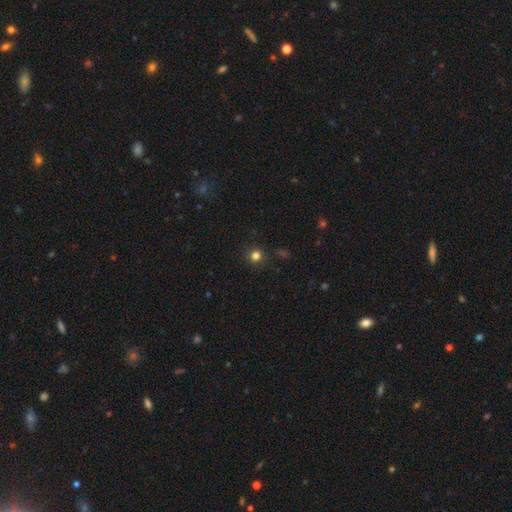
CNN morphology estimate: smooth 78%, star or artifact 18%, featured or disk 5%. Down the decision tree: how rounded — round (93%); merging — none (89%).